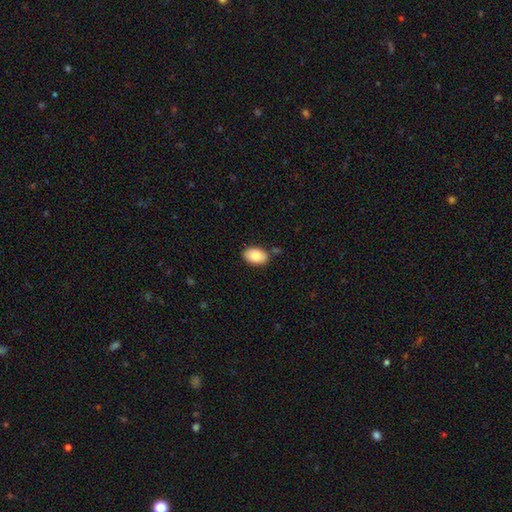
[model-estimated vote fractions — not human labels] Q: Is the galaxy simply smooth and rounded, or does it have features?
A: smooth — 86%.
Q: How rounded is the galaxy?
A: in between — 92%.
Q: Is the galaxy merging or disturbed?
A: none — 82%.